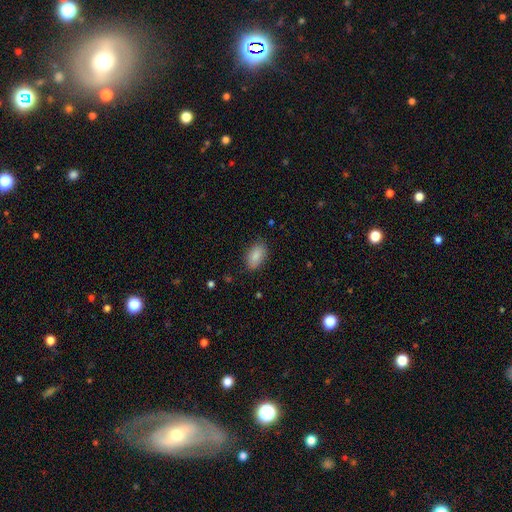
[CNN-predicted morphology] smooth_or_featured: smooth (p=0.87) [alt: star or artifact p=0.07]
how_rounded: in between (p=0.92) [alt: round p=0.06]
merging: none (p=0.82) [alt: minor disturbance p=0.14]